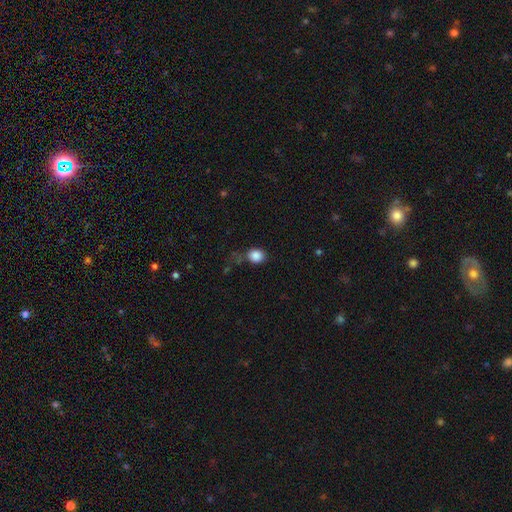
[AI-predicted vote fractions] A smooth galaxy with no disk features (86%) that is round (63%).

Vote fractions:
- Smooth or featured? smooth: 86% / star or artifact: 10% / featured or disk: 5%
- How rounded? round: 63% / in between: 36% / cigar-shaped: 1%
- Merging? none: 59% / minor disturbance: 24% / major disturbance: 11% / merger: 6%